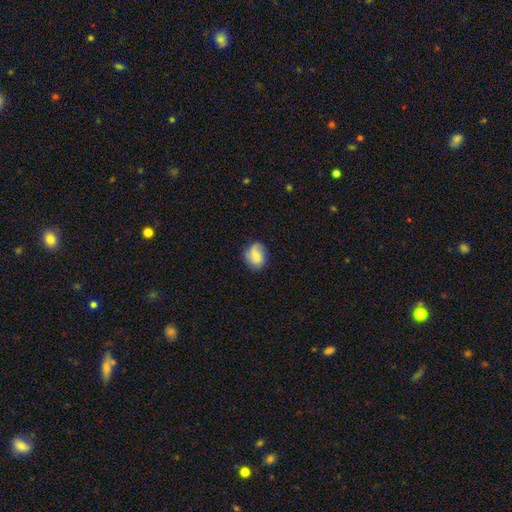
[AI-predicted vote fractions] Q: Smooth or featured?
A: smooth (51%); runner-up: featured or disk (41%)
Q: How rounded?
A: in between (50%); runner-up: round (48%)
Q: Merging?
A: none (72%); runner-up: minor disturbance (21%)